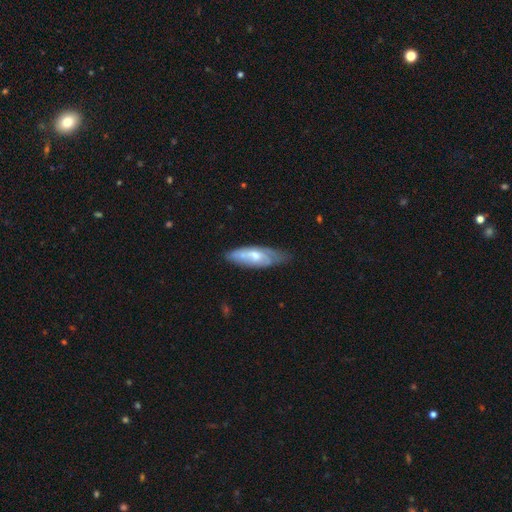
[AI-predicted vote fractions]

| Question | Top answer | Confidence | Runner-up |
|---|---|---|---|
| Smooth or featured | featured or disk | 54% | smooth (40%) |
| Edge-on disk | no | 73% | yes (27%) |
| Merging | none | 59% | minor disturbance (30%) |